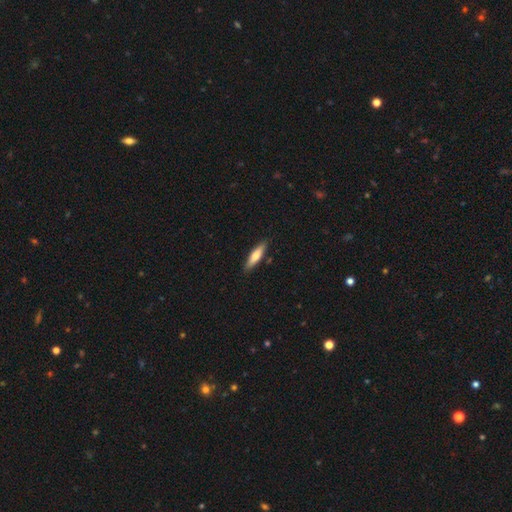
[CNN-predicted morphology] Smooth or featured?
  - smooth: 70% *
  - featured or disk: 24%
  - star or artifact: 6%
How rounded?
  - cigar-shaped: 72% *
  - in between: 26%
  - round: 2%
Merging?
  - none: 86% *
  - minor disturbance: 10%
  - major disturbance: 2%
  - merger: 2%